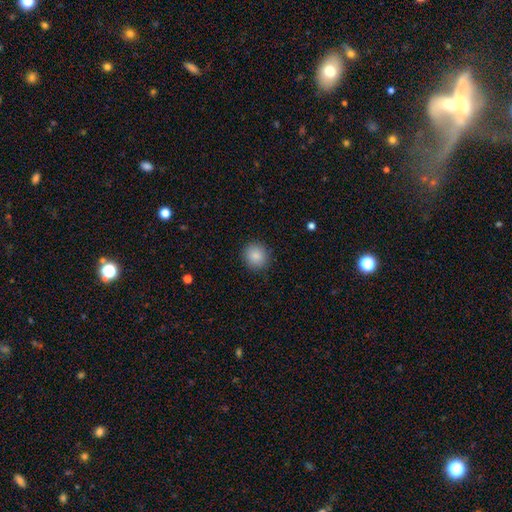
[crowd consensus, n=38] This is clearly a smooth galaxy (92%). How rounded: clearly round (83%). Merging: clearly none (81%).